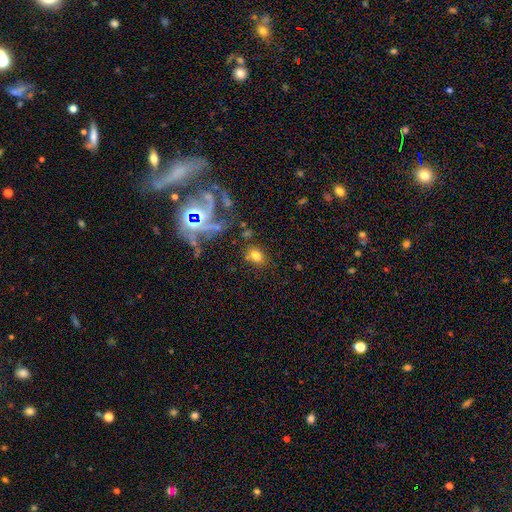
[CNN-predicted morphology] Smooth or featured: smooth — 71% (star or artifact — 15%)
How rounded: in between — 62% (round — 37%)
Merging: none — 73% (minor disturbance — 13%)